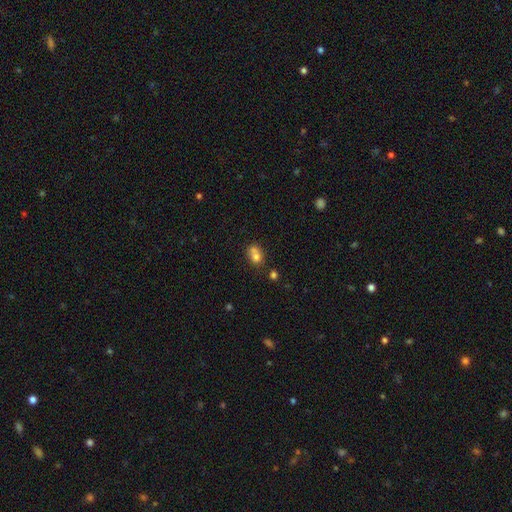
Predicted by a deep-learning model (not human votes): The model was most divided on "how rounded": round: 59%, in between: 40%, cigar-shaped: 1%. More confident: smooth or featured — smooth (71%); merging — merger (55%).